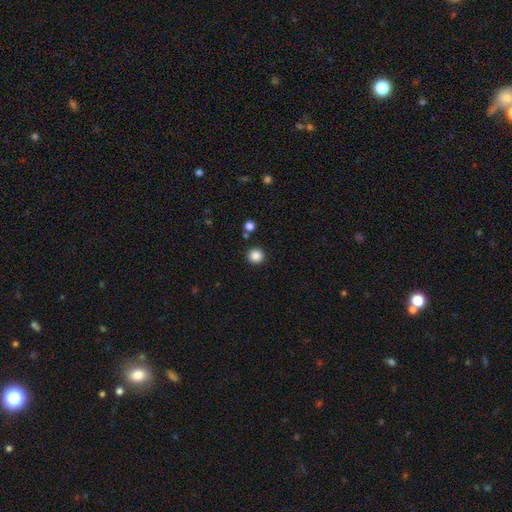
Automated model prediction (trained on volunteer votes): Smooth or featured?
  - smooth: 86% *
  - star or artifact: 10%
  - featured or disk: 3%
How rounded?
  - round: 95% *
  - in between: 4%
  - cigar-shaped: 1%
Merging?
  - none: 90% *
  - minor disturbance: 5%
  - merger: 3%
  - major disturbance: 2%